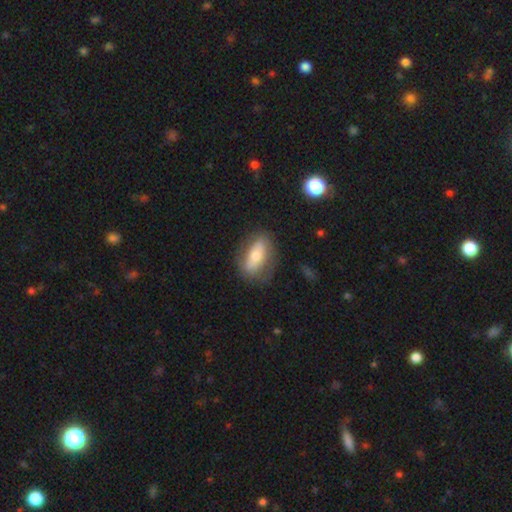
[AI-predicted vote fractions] A smooth galaxy with no disk features (52%) that is in between round and cigar-shaped (80%).

Vote fractions:
- Smooth or featured? smooth: 52% / featured or disk: 41% / star or artifact: 7%
- How rounded? in between: 80% / cigar-shaped: 13% / round: 7%
- Merging? none: 73% / minor disturbance: 18% / major disturbance: 7% / merger: 2%